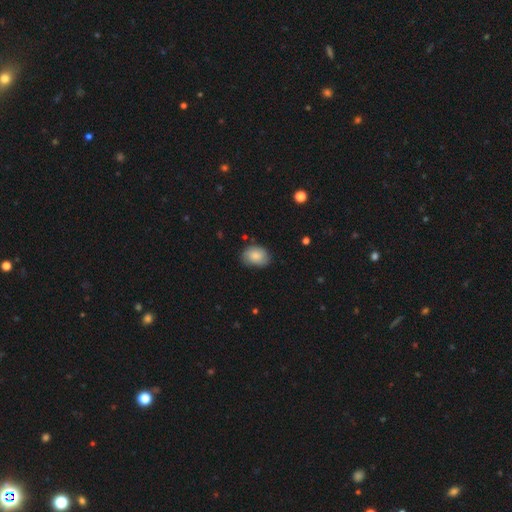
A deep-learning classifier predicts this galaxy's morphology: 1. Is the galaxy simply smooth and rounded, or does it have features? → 69% smooth, 23% featured or disk, 8% star or artifact.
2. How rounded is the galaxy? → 67% in between, 32% round, 1% cigar-shaped.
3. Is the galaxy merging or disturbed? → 75% none, 20% minor disturbance, 4% major disturbance, 1% merger.